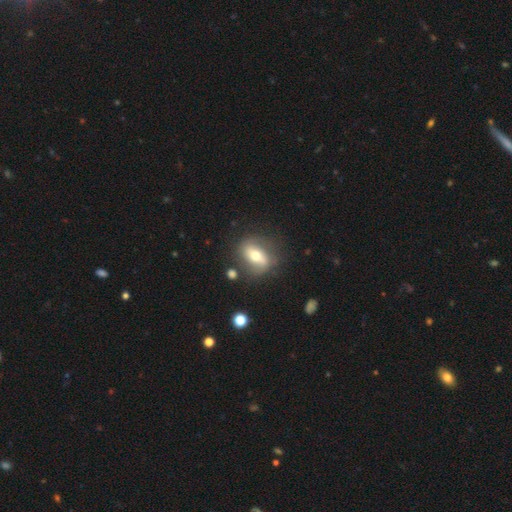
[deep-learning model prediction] Smooth or featured: featured or disk — 46% (tied with smooth — 46%)
Merging: none — 70% (minor disturbance — 18%)